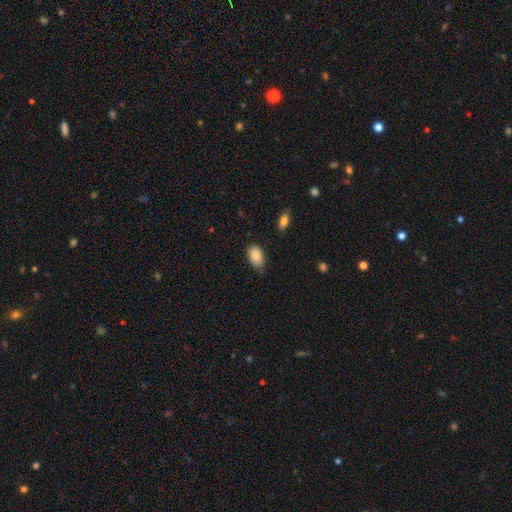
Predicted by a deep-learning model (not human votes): Overall: smooth (86%). How rounded: in between (91%). Merging: none (78%).